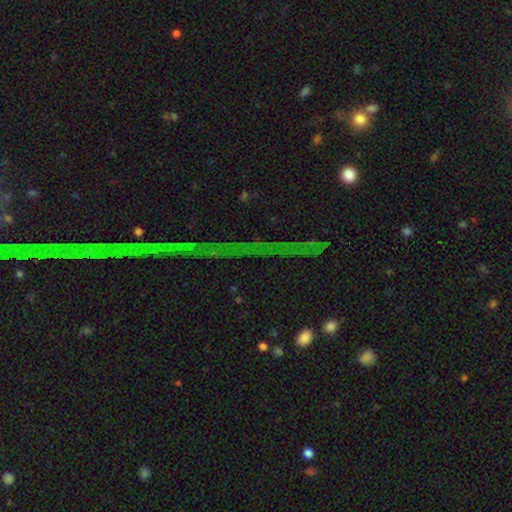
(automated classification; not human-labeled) This is clearly a star or artifact rather than a galaxy (80%).